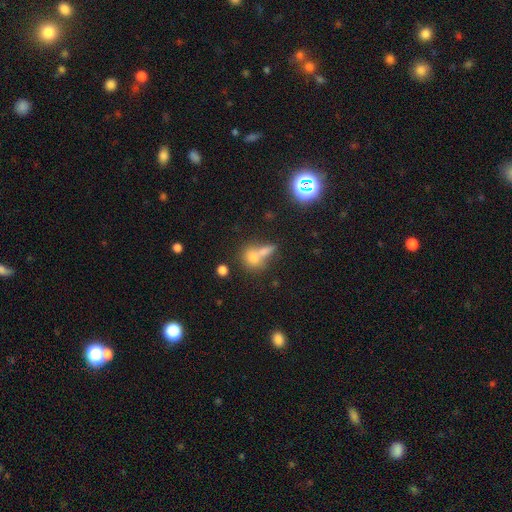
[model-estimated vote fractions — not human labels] Smooth or featured: smooth — 73% (star or artifact — 14%)
How rounded: round — 55% (in between — 39%)
Merging: merger — 47% (none — 38%)